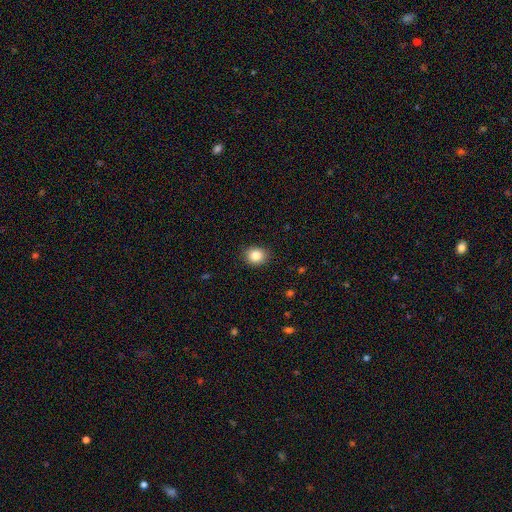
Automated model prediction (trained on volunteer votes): smooth-or-featured: smooth: 85% | star or artifact: 10% | featured or disk: 5%
  how-rounded: round: 70% | in between: 29% | cigar-shaped: 1%
  merging: none: 89% | minor disturbance: 8% | major disturbance: 2% | merger: 1%